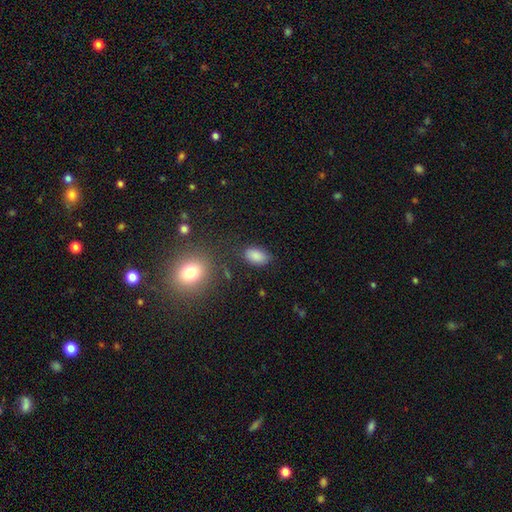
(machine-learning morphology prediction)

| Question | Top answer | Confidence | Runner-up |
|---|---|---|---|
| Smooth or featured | smooth | 85% | star or artifact (10%) |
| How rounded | in between | 91% | round (7%) |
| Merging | none | 79% | minor disturbance (14%) |